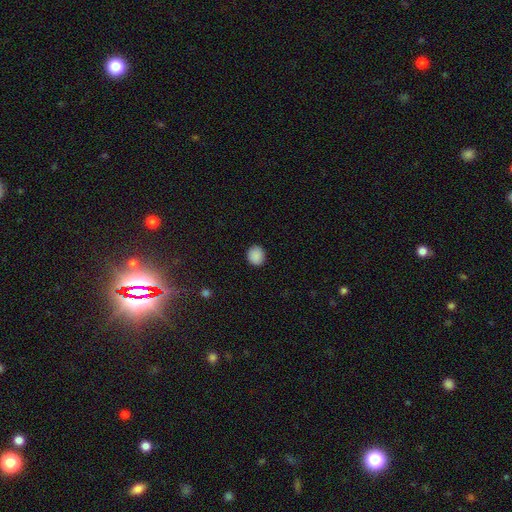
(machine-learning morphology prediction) Smooth or featured?
  - smooth: 89% *
  - star or artifact: 8%
  - featured or disk: 3%
How rounded?
  - round: 79% *
  - in between: 20%
  - cigar-shaped: 1%
Merging?
  - none: 90% *
  - minor disturbance: 7%
  - major disturbance: 2%
  - merger: 1%